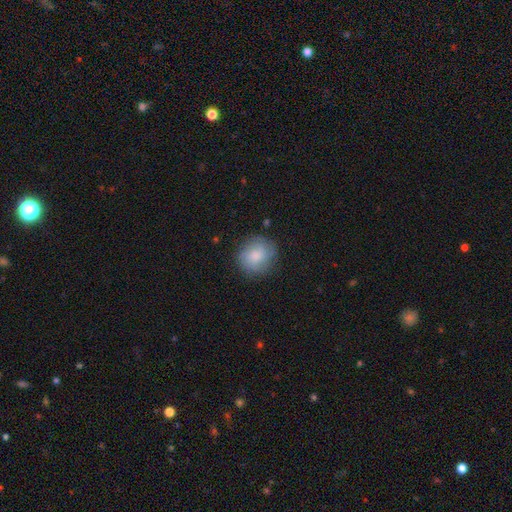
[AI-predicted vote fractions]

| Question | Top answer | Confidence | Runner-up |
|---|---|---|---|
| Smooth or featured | smooth | 67% | featured or disk (25%) |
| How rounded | round | 83% | in between (16%) |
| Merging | none | 77% | minor disturbance (16%) |